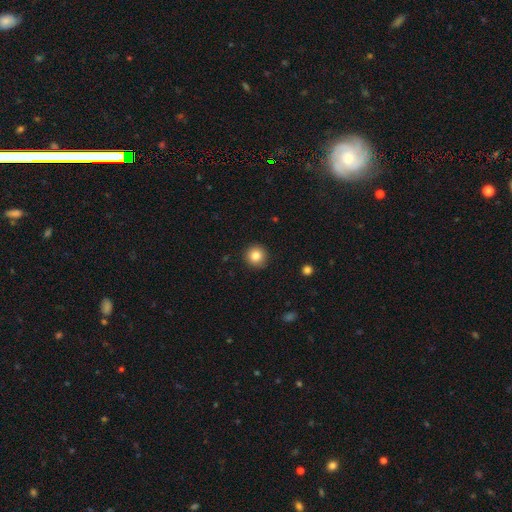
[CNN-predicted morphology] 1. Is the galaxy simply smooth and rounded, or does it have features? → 83% smooth, 10% star or artifact, 7% featured or disk.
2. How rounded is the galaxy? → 95% round, 4% in between, 1% cigar-shaped.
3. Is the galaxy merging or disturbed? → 92% none, 6% minor disturbance, 2% major disturbance, 1% merger.